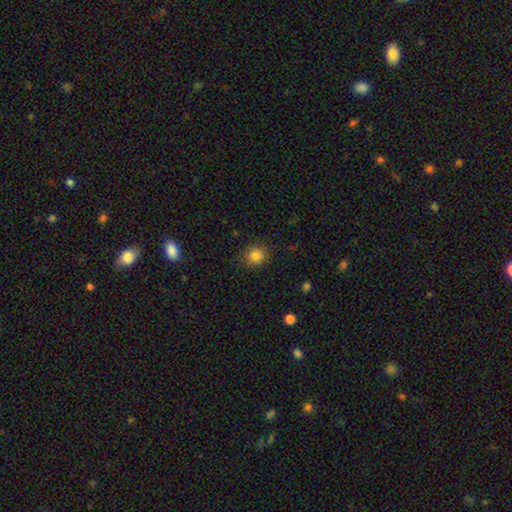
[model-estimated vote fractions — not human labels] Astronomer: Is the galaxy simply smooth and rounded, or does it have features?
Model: smooth — 84%.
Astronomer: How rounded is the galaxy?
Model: round — 84%.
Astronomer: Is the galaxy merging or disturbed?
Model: none — 88%.